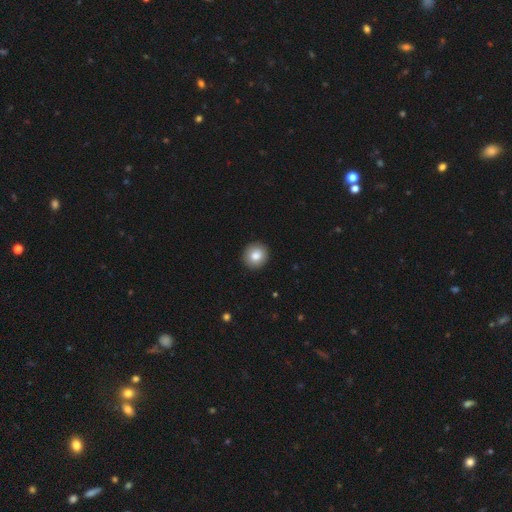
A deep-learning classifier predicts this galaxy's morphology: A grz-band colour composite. It shows a smooth galaxy with no disk features (84%) that is round (90%). Merging: none (92%).